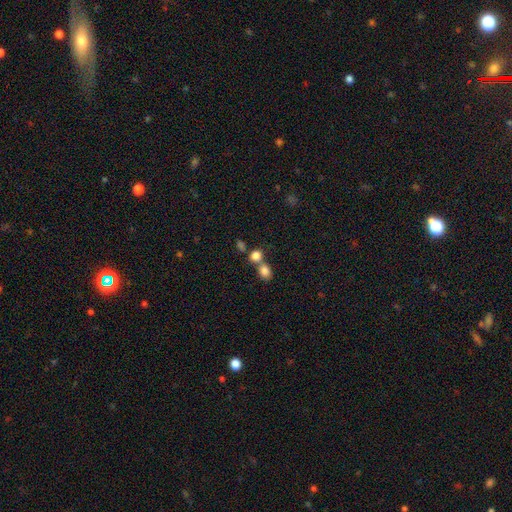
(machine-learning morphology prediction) type=smooth (82%); roundness=round (62%); merging=merger (47%).